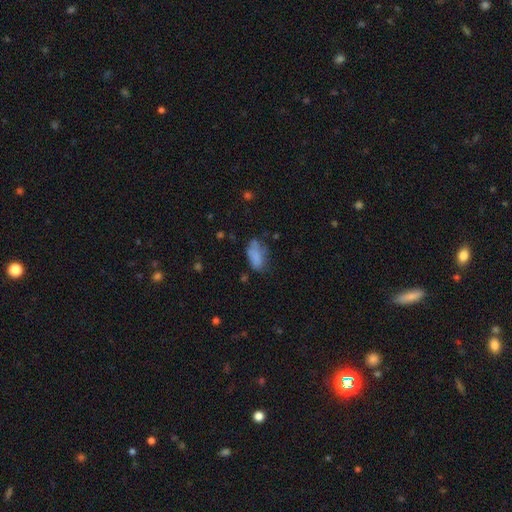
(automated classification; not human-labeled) Morphology: type=smooth (74%); roundness=in between (89%); merging=none (45%).